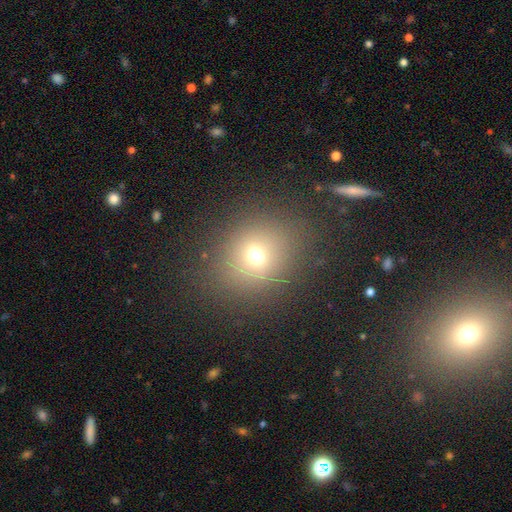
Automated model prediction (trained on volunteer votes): smooth_or_featured: smooth (p=0.66) [alt: star or artifact p=0.22]
how_rounded: round (p=0.67) [alt: in between p=0.31]
merging: none (p=0.81) [alt: minor disturbance p=0.10]